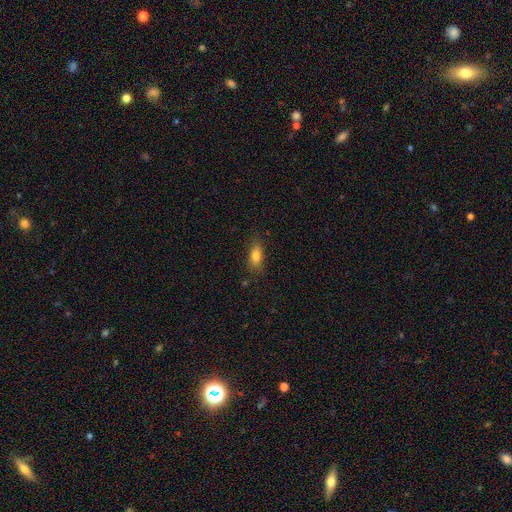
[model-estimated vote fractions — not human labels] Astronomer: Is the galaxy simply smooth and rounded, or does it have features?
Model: smooth — 81%.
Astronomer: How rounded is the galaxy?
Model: in between — 82%.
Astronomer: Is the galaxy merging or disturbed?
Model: none — 78%.